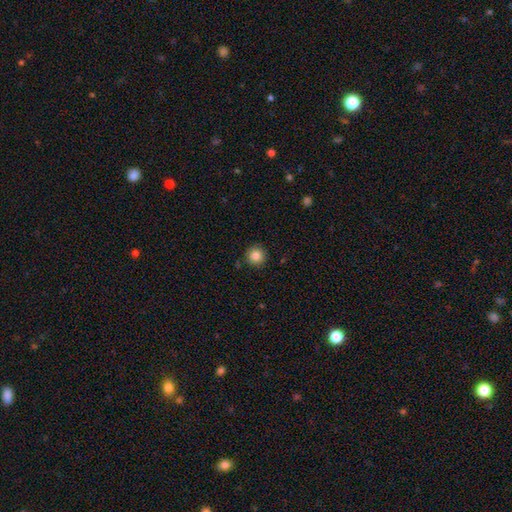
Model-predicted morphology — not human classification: This is clearly a smooth galaxy (86%). How rounded: clearly round (95%). Merging: clearly none (90%).